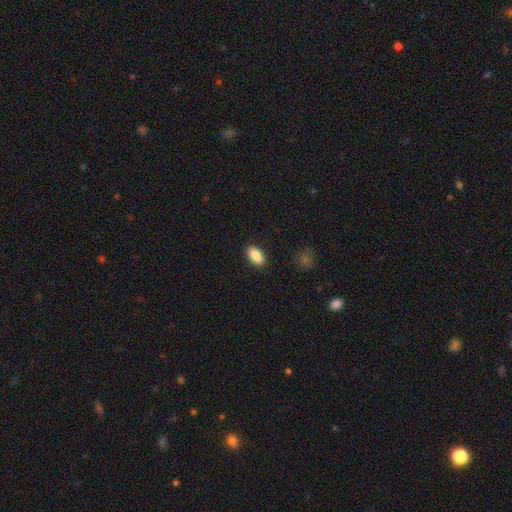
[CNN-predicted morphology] A smooth galaxy with no disk features (87%) that is in between round and cigar-shaped (93%).

Vote fractions:
- Smooth or featured? smooth: 87% / star or artifact: 7% / featured or disk: 6%
- How rounded? in between: 93% / round: 4% / cigar-shaped: 4%
- Merging? none: 89% / minor disturbance: 8% / major disturbance: 2% / merger: 1%